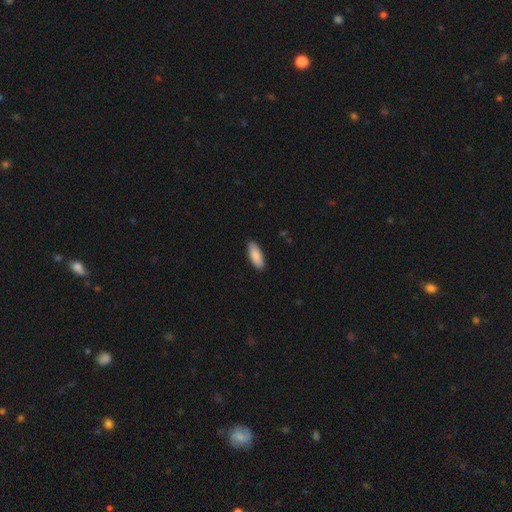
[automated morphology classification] smooth 89%, featured or disk 6%, star or artifact 5%. Down the decision tree: how rounded — in between (71%); merging — none (90%).